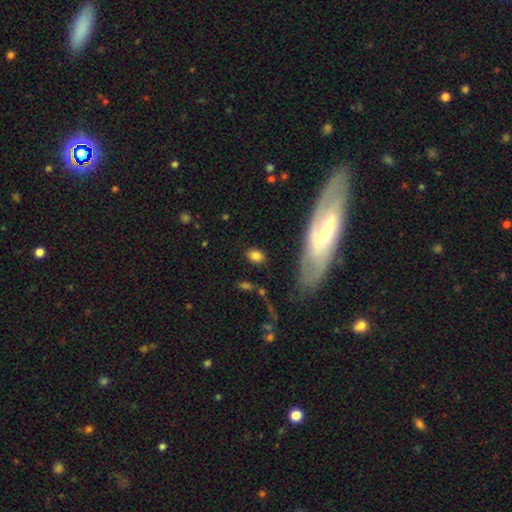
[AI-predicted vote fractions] This appears to be a smooth galaxy with no disk features (80%) that is in between round and cigar-shaped (78%). Merging: none (79%).